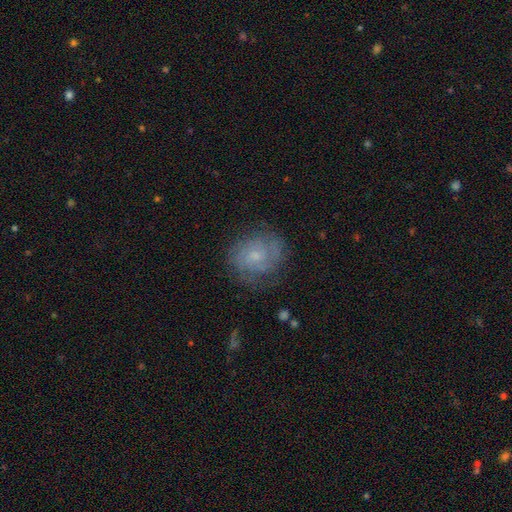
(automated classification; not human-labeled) smooth_or_featured: featured or disk (p=0.66) [alt: smooth p=0.26]
disk_edge_on: no (p=0.98) [alt: yes p=0.02]
bar: no (p=0.65) [alt: weak p=0.31]
has_spiral_arms: yes (p=0.88) [alt: no p=0.12]
spiral_winding: tight (p=0.58) [alt: medium p=0.33]
spiral_arm_count: 2 (p=0.39) [alt: can't tell p=0.35]
bulge_size: small (p=0.60) [alt: moderate p=0.27]
merging: none (p=0.73) [alt: minor disturbance p=0.18]